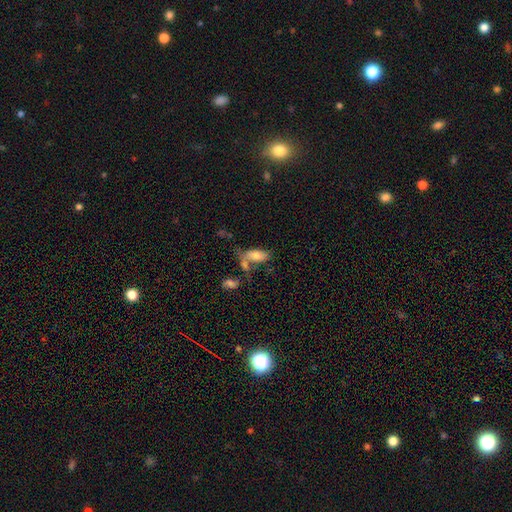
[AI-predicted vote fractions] The model was most divided on "merging" (2-way tie): none: 35%, merger: 35%, minor disturbance: 17%, major disturbance: 13%. More confident: how rounded — in between (87%); smooth or featured — smooth (74%).